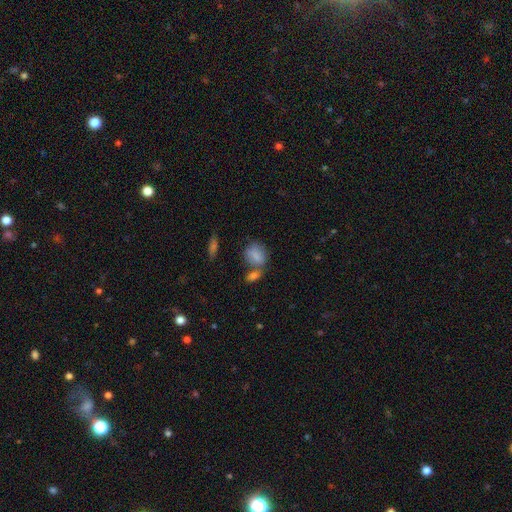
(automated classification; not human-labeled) smooth 81%, featured or disk 11%, star or artifact 9%. Down the decision tree: how rounded — in between (67%); merging — none (44%).